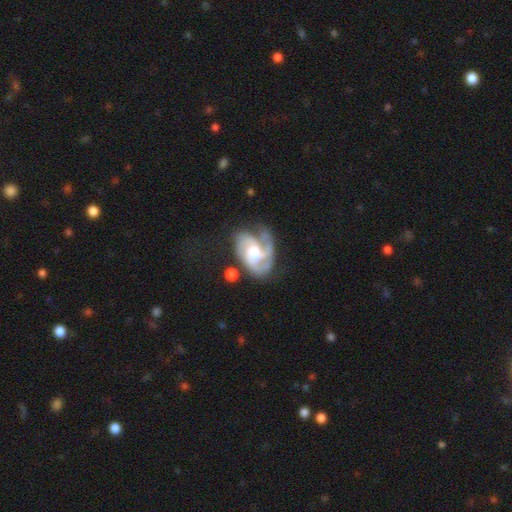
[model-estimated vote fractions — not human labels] This appears to be a featured or disk galaxy (85%) with no bar (50%), 3 (39%) tight (45%) spiral arms (96%) and a moderate central bulge (51%). Merging: none (48%).